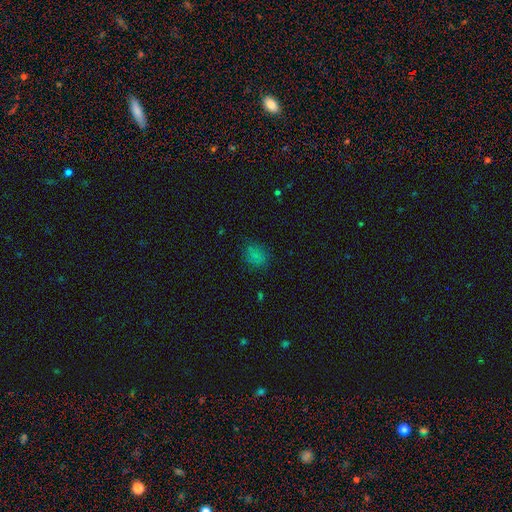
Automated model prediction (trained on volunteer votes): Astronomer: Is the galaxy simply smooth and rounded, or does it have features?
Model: smooth — 74%.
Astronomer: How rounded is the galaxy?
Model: round — 50% (runner-up: in between, 49%).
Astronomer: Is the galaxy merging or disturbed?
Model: none — 73%.